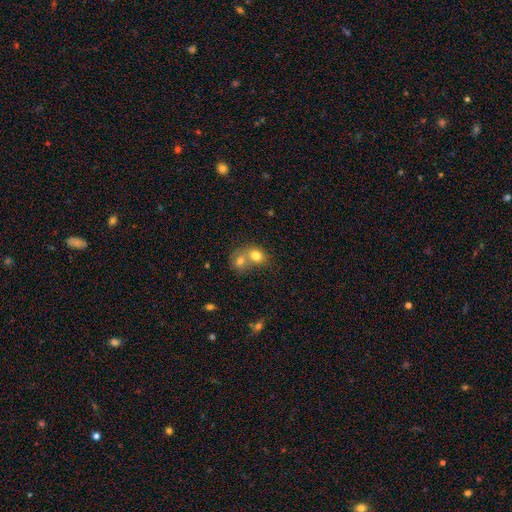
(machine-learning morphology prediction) Smooth or featured: smooth — 76% (featured or disk — 13%)
How rounded: round — 56% (in between — 43%)
Merging: merger — 65% (none — 26%)